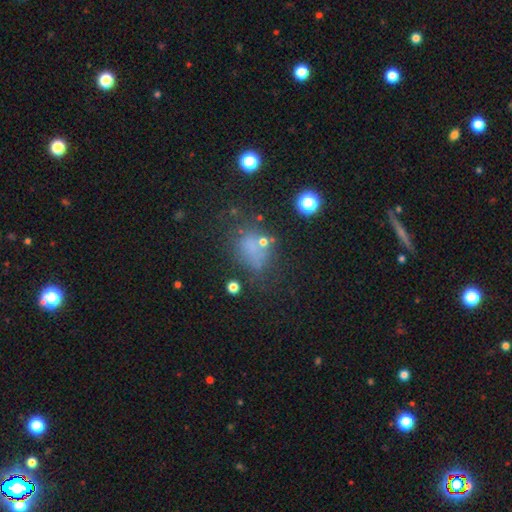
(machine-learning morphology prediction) type=smooth (58%); roundness=in between (60%); merging=none (50%).